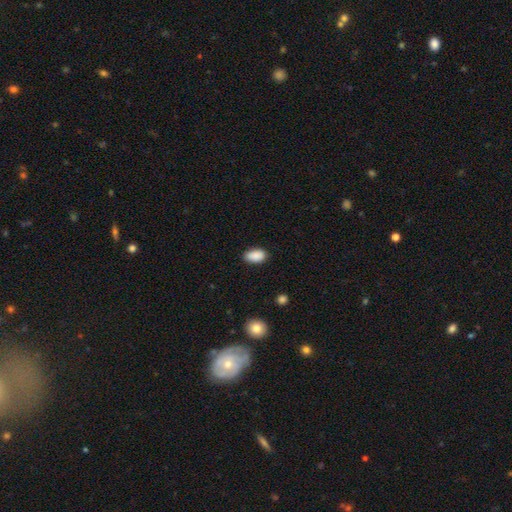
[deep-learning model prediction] A smooth galaxy with no disk features (89%) that is in between round and cigar-shaped (92%). Merging: none (84%).